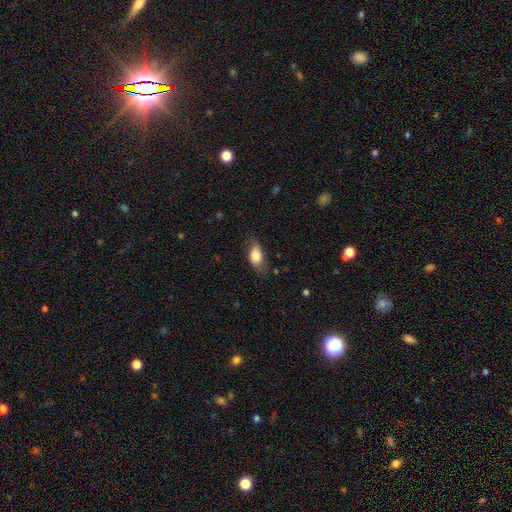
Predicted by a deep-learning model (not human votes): Q: Smooth or featured?
A: smooth (76%); runner-up: featured or disk (17%)
Q: How rounded?
A: in between (87%); runner-up: round (7%)
Q: Merging?
A: none (67%); runner-up: minor disturbance (25%)